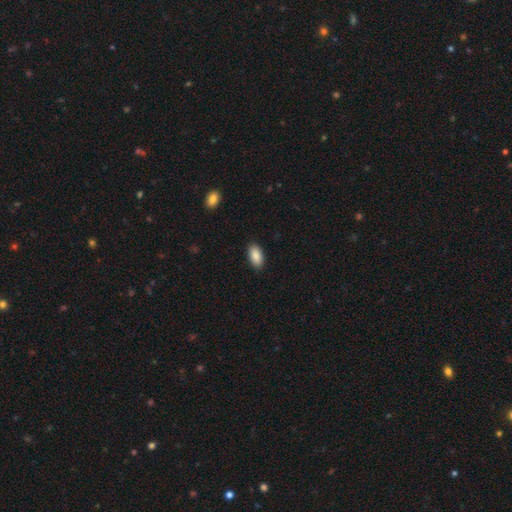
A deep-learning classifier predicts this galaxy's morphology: smooth 89%, star or artifact 7%, featured or disk 4%. Down the decision tree: how rounded — in between (93%); merging — none (89%).